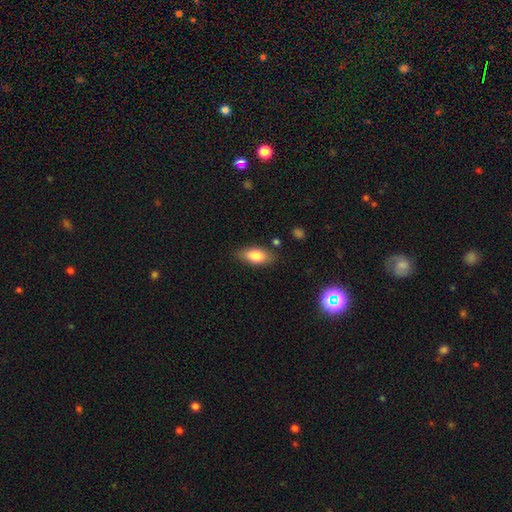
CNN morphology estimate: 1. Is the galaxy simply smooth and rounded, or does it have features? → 80% smooth, 13% featured or disk, 7% star or artifact.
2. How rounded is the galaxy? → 86% in between, 10% cigar-shaped, 4% round.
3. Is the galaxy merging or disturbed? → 82% none, 13% minor disturbance, 3% major disturbance, 2% merger.